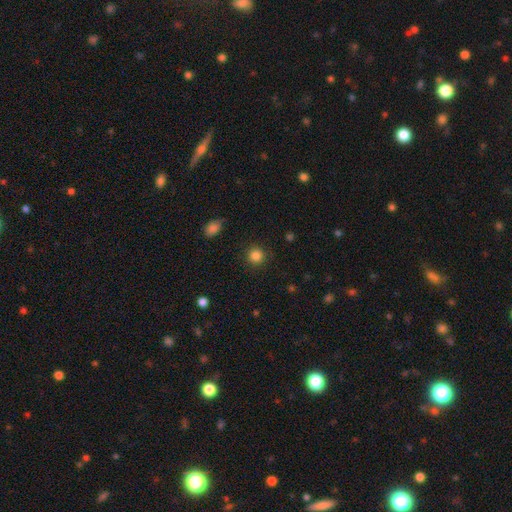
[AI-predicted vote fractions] Smooth or featured? Predicted: smooth (p=0.85). How rounded? Predicted: round (p=0.93). Merging? Predicted: none (p=0.90).